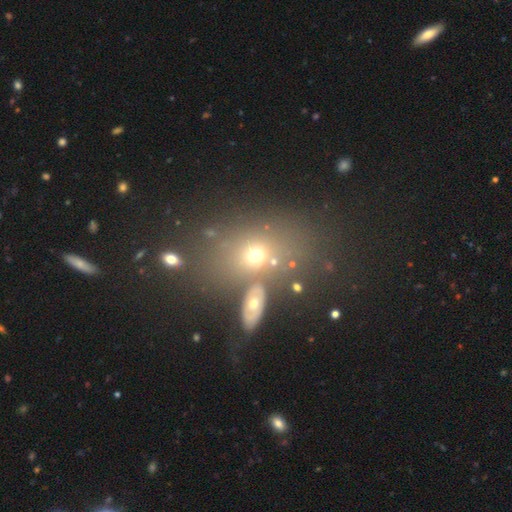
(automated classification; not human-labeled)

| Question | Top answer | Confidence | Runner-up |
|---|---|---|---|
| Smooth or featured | smooth | 62% | featured or disk (20%) |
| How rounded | in between | 61% | round (36%) |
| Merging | none | 55% | merger (22%) |